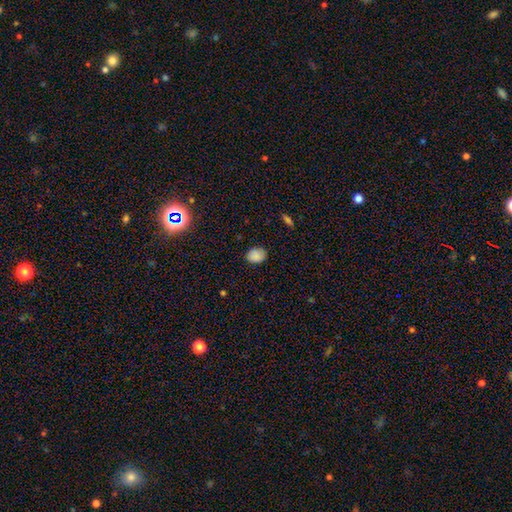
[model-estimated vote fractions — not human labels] A smooth galaxy with no disk features (86%) that is in between round and cigar-shaped (59%).

Vote fractions:
- Smooth or featured? smooth: 86% / star or artifact: 10% / featured or disk: 4%
- How rounded? in between: 59% / round: 40% / cigar-shaped: 1%
- Merging? none: 84% / minor disturbance: 13% / major disturbance: 3% / merger: 1%